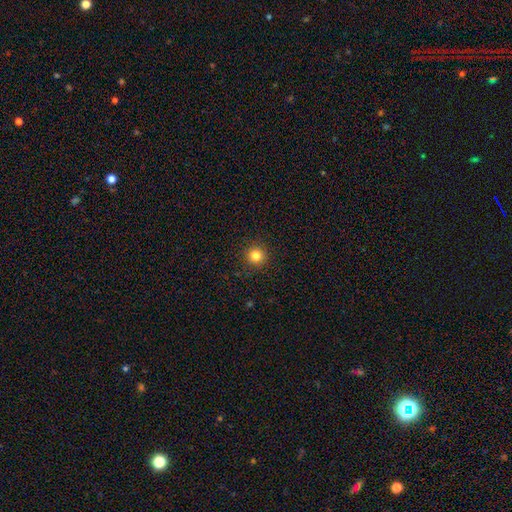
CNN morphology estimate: smooth-or-featured: smooth: 82% | star or artifact: 13% | featured or disk: 5%
  how-rounded: round: 95% | in between: 4% | cigar-shaped: 1%
  merging: none: 92% | minor disturbance: 5% | major disturbance: 2% | merger: 1%